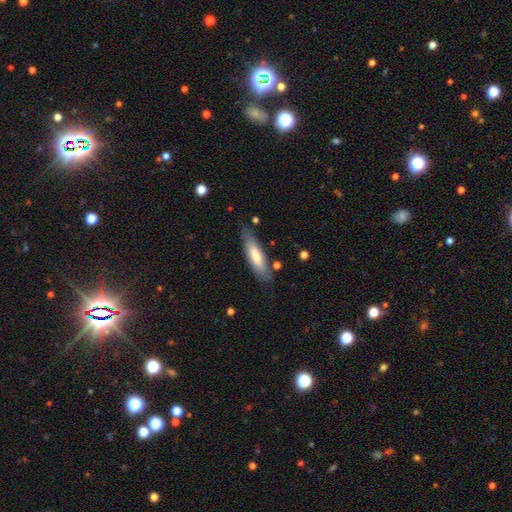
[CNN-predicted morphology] Q: Smooth or featured?
A: smooth (71%); runner-up: featured or disk (23%)
Q: How rounded?
A: cigar-shaped (58%); runner-up: in between (40%)
Q: Merging?
A: none (78%); runner-up: minor disturbance (16%)